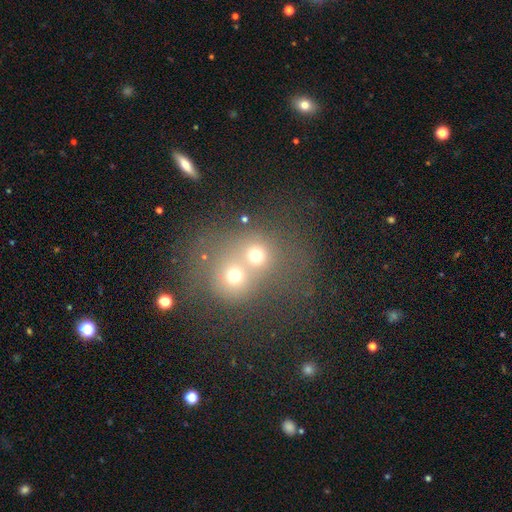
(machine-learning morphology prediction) type=smooth (61%); roundness=round (76%); merging=merger (68%).